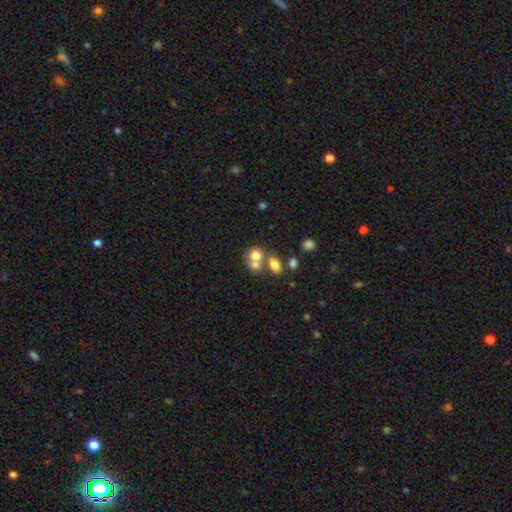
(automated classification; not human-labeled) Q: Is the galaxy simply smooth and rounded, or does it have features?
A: smooth — 71%.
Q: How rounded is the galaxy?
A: round — 63%.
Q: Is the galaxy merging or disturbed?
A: merger — 56%.